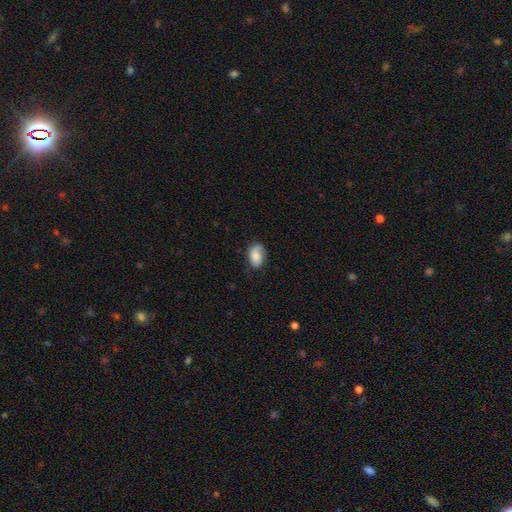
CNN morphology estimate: smooth-or-featured: smooth: 76% | featured or disk: 17% | star or artifact: 8%
  how-rounded: in between: 86% | round: 13% | cigar-shaped: 1%
  merging: none: 65% | minor disturbance: 26% | major disturbance: 8% | merger: 1%